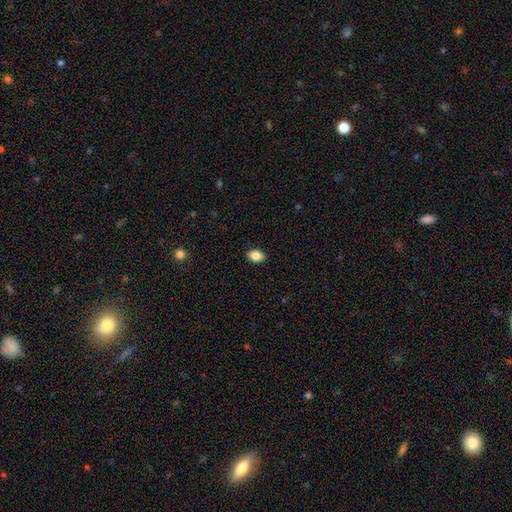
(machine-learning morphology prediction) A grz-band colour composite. It shows a smooth galaxy with no disk features (86%) that is in between round and cigar-shaped (85%). Merging: none (90%).